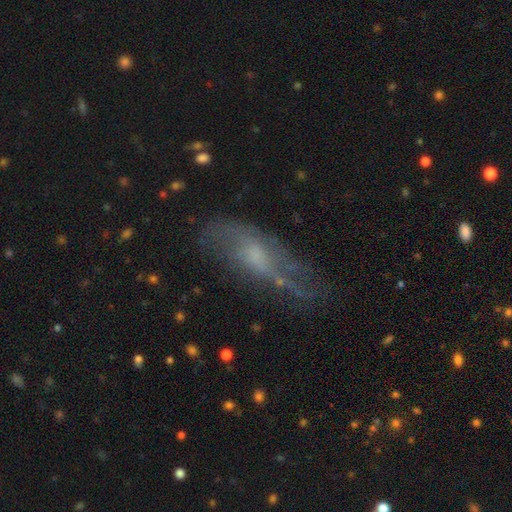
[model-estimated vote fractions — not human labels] This is possibly a featured or disk galaxy (57%). It is clearly not viewed edge-on (81%). Merging: possibly none (46%).